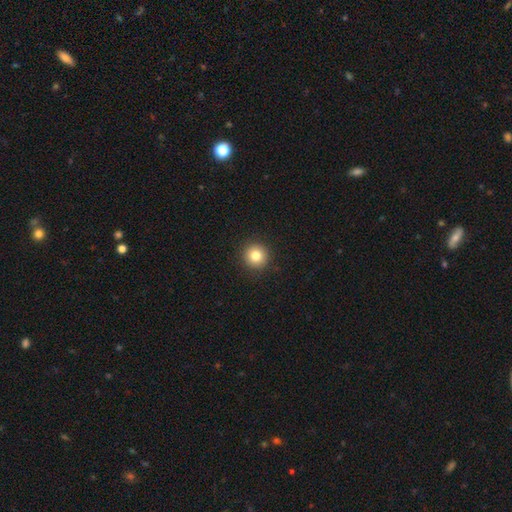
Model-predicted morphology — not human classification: smooth_or_featured: smooth (p=0.81) [alt: star or artifact p=0.11]
how_rounded: round (p=0.95) [alt: in between p=0.04]
merging: none (p=0.93) [alt: minor disturbance p=0.04]